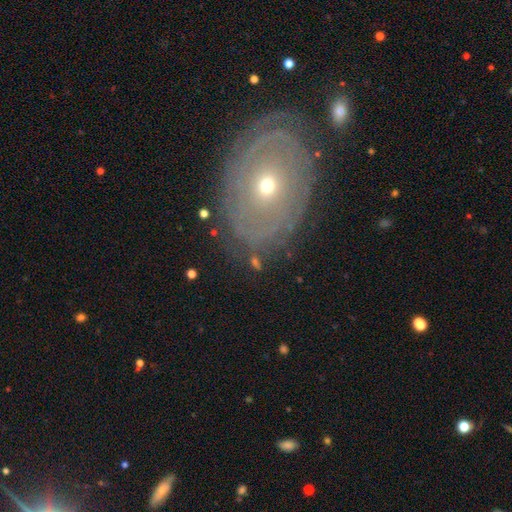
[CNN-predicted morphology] type=featured or disk (66%); edge-on=no (94%); bar=no (85%); spiral arms=yes (66%); bulge=small (60%); merging=none (79%).